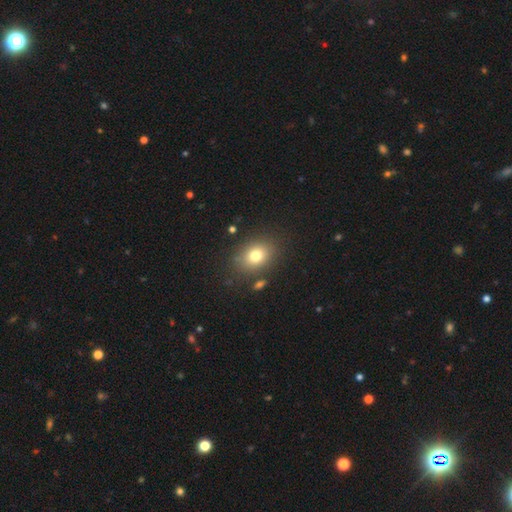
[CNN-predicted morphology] smooth_or_featured: smooth (p=0.78) [alt: star or artifact p=0.12]
how_rounded: in between (p=0.59) [alt: round p=0.40]
merging: none (p=0.81) [alt: minor disturbance p=0.11]